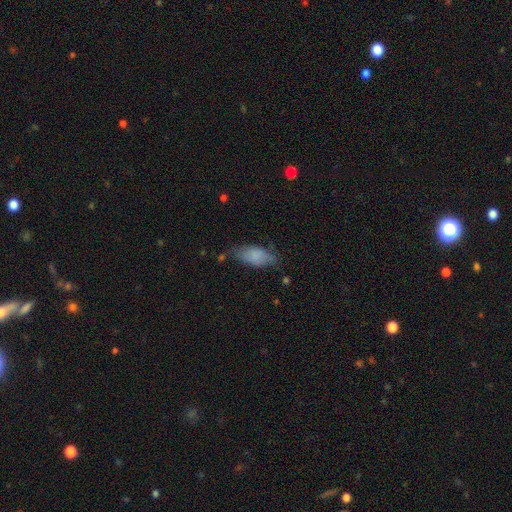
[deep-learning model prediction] A smooth galaxy with no disk features (80%) that is in between round and cigar-shaped (84%).

Vote fractions:
- Smooth or featured? smooth: 80% / featured or disk: 13% / star or artifact: 7%
- How rounded? in between: 84% / cigar-shaped: 13% / round: 3%
- Merging? none: 62% / minor disturbance: 28% / major disturbance: 8% / merger: 2%